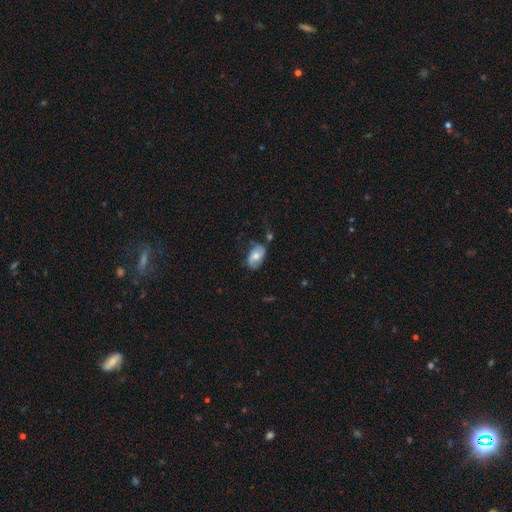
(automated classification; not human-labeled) smooth-or-featured: smooth: 54% | featured or disk: 39% | star or artifact: 8%
  how-rounded: in between: 90% | round: 8% | cigar-shaped: 2%
  merging: none: 58% | minor disturbance: 28% | major disturbance: 10% | merger: 5%